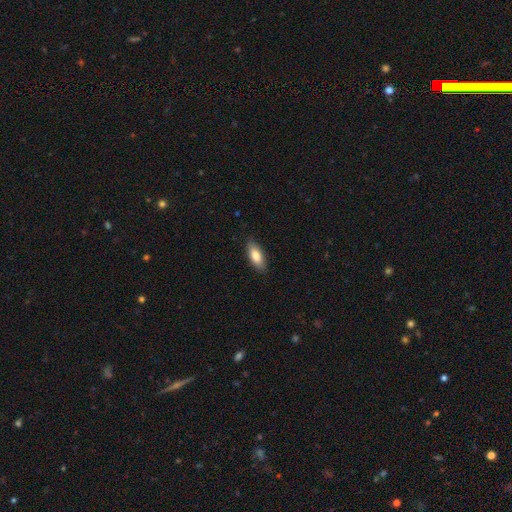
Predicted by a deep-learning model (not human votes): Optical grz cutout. It shows a smooth galaxy with no disk features (82%) that is in between round and cigar-shaped (79%). Merging: none (87%).